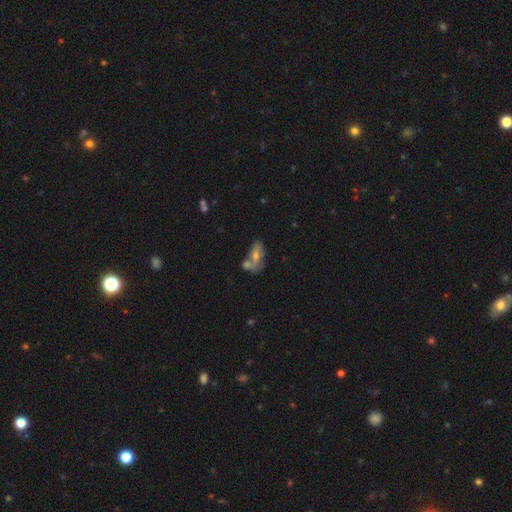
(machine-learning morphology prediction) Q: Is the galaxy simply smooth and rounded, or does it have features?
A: smooth — 52%.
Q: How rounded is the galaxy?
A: in between — 83%.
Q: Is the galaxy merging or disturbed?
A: merger — 42%.